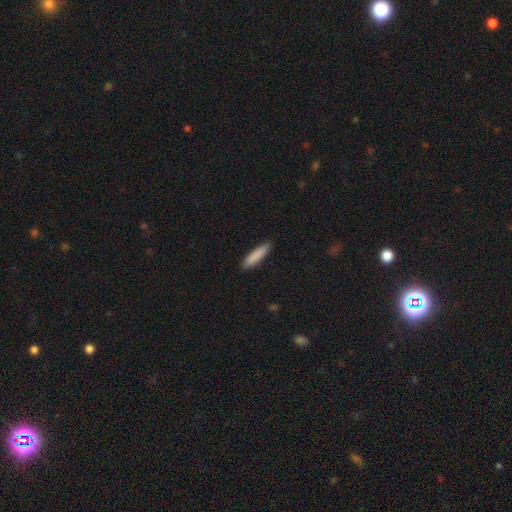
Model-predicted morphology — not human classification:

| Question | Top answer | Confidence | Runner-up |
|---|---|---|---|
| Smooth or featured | smooth | 87% | featured or disk (8%) |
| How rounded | cigar-shaped | 82% | in between (17%) |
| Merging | none | 88% | minor disturbance (9%) |